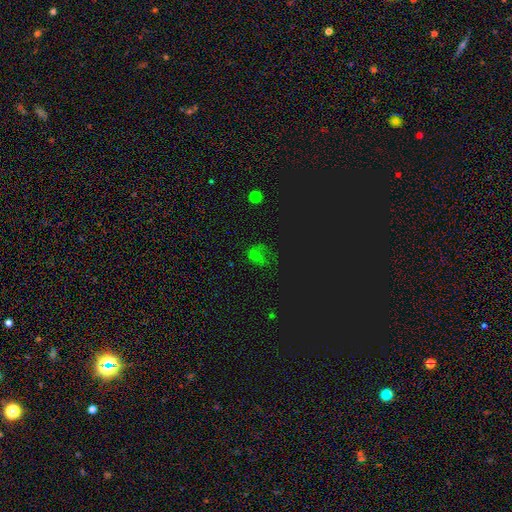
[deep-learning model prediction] A star or artifact, not a galaxy (43%).

Vote fractions:
- Smooth or featured? star or artifact: 43% / smooth: 39% / featured or disk: 18%